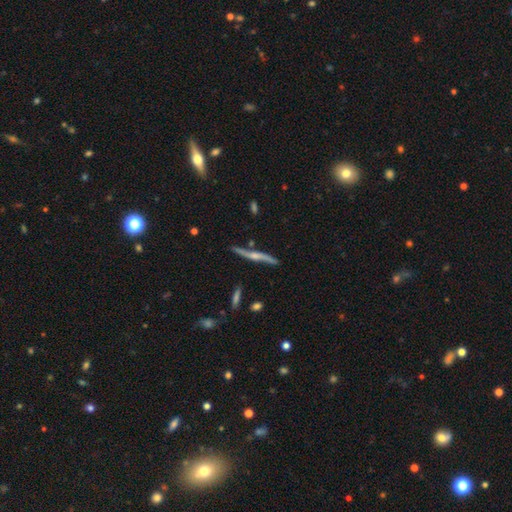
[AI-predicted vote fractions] The model was most divided on "edge-on bulge": rounded: 74%, none: 18%, boxy: 8%. More confident: edge-on disk — yes (87%); smooth or featured — featured or disk (76%); merging — none (74%).